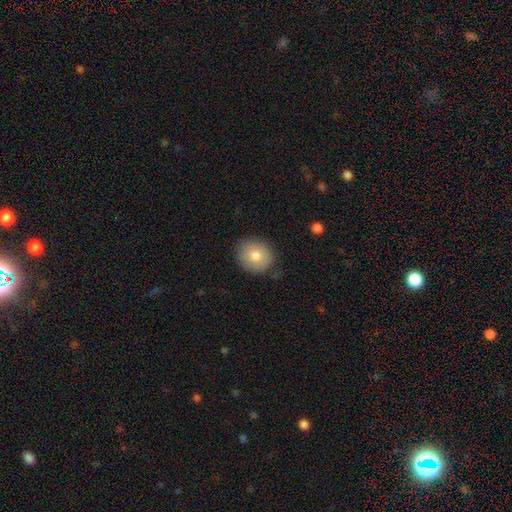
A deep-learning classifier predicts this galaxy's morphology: smooth_or_featured: smooth (p=0.79) [alt: featured or disk p=0.13]
how_rounded: round (p=0.81) [alt: in between p=0.18]
merging: none (p=0.85) [alt: minor disturbance p=0.11]